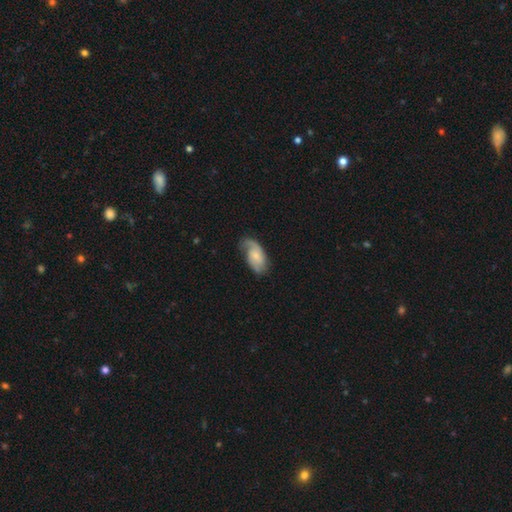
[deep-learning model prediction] This appears to be a featured or disk galaxy (60%) with no bar (65%), 2 (55%) medium (41%) spiral arms (90%) and a small central bulge (56%). Merging: none (59%).